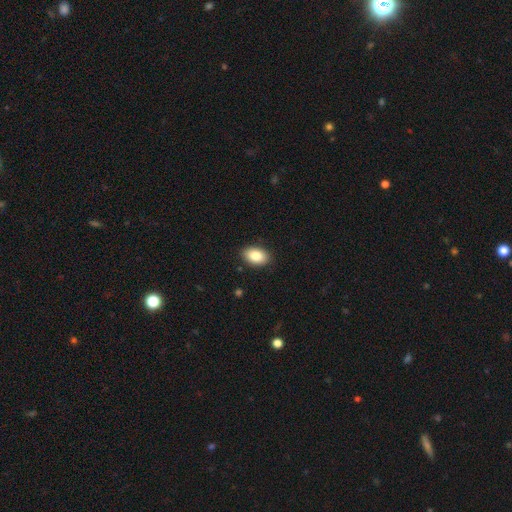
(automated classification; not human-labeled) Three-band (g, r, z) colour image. It shows a smooth galaxy with no disk features (83%) that is in between round and cigar-shaped (88%). Merging: none (88%).